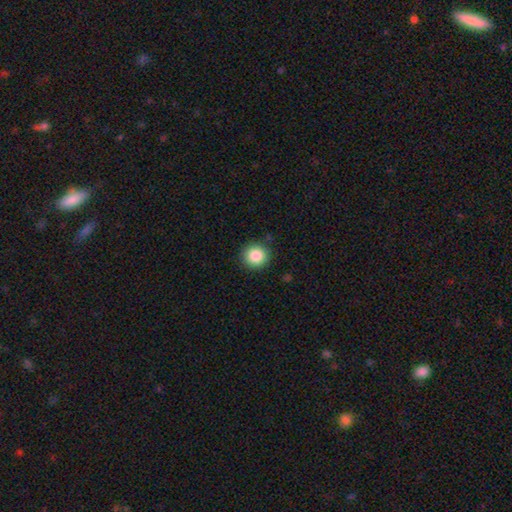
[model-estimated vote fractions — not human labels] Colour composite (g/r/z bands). It shows a smooth galaxy with no disk features (86%) that is round (93%). Merging: none (89%).